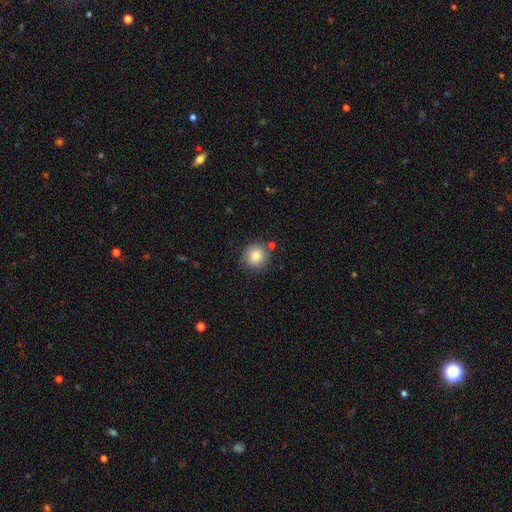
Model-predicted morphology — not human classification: type=smooth (83%); roundness=round (88%); merging=none (80%).